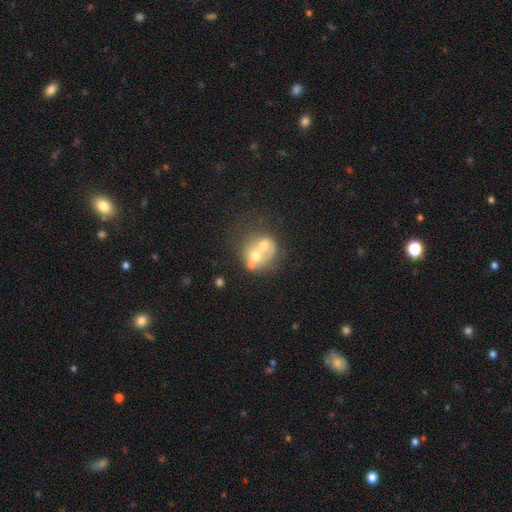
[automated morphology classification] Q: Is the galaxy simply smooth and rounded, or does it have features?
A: smooth — 48%.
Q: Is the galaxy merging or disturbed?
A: merger — 62%.